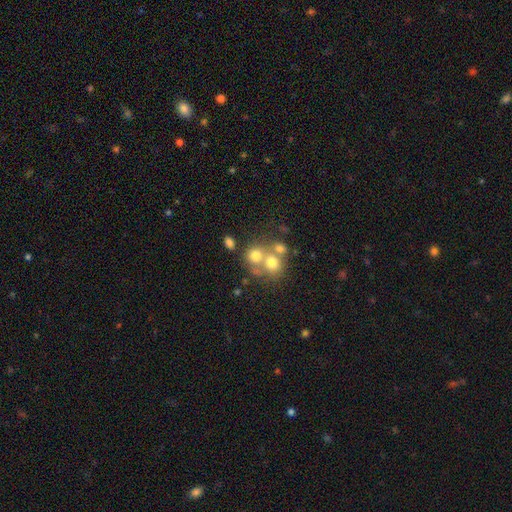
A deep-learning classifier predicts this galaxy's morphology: A smooth galaxy with no disk features (67%) that is round (76%). Merging: merger (49%).